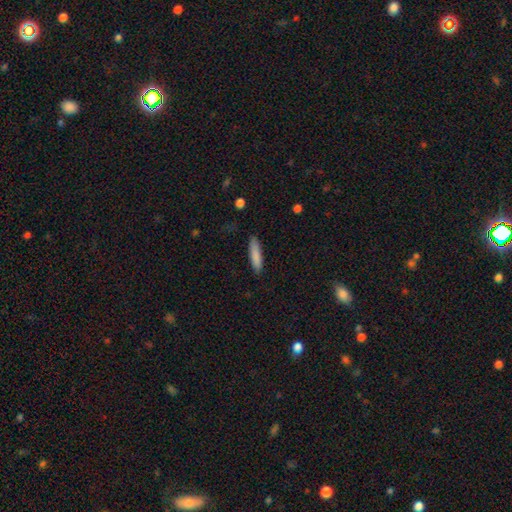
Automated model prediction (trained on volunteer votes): Morphology: type=smooth (85%); roundness=cigar-shaped (79%); merging=none (85%).